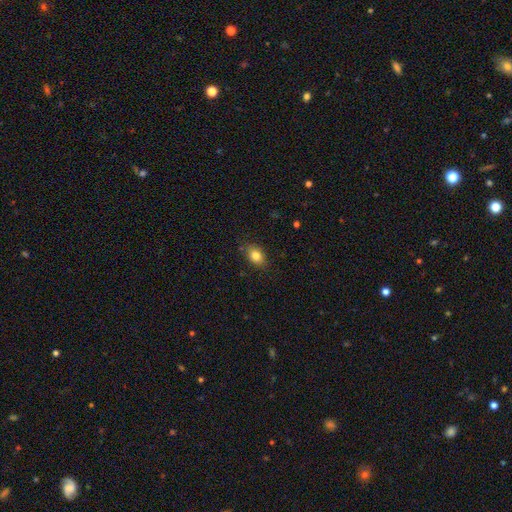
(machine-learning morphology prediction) Smooth or featured? smooth (83%)
How rounded? in between (76%)
Merging? none (82%)